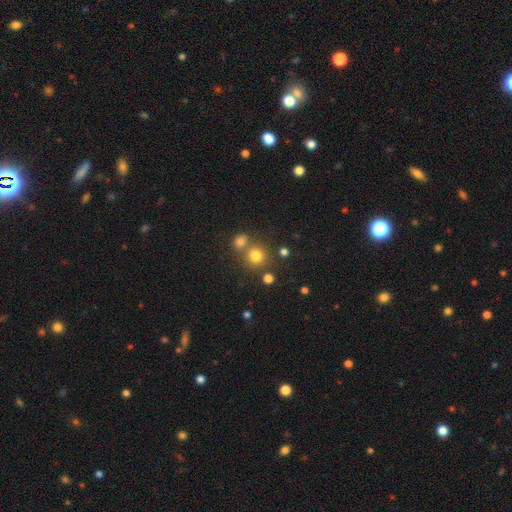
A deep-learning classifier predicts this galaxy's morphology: smooth_or_featured: smooth (p=0.77) [alt: star or artifact p=0.16]
how_rounded: round (p=0.88) [alt: in between p=0.11]
merging: none (p=0.64) [alt: merger p=0.24]